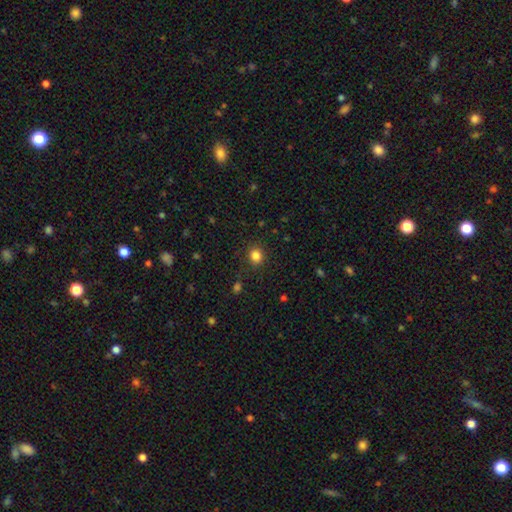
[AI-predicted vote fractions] Smooth or featured? Predicted: smooth (p=0.83). How rounded? Predicted: round (p=0.82). Merging? Predicted: none (p=0.87).